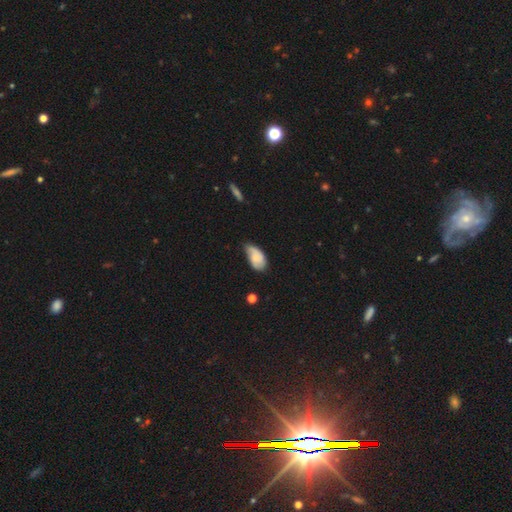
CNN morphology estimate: smooth-or-featured: smooth: 61% | featured or disk: 32% | star or artifact: 7%
  how-rounded: in between: 92% | round: 5% | cigar-shaped: 3%
  merging: minor disturbance: 46% | none: 40% | major disturbance: 12% | merger: 2%